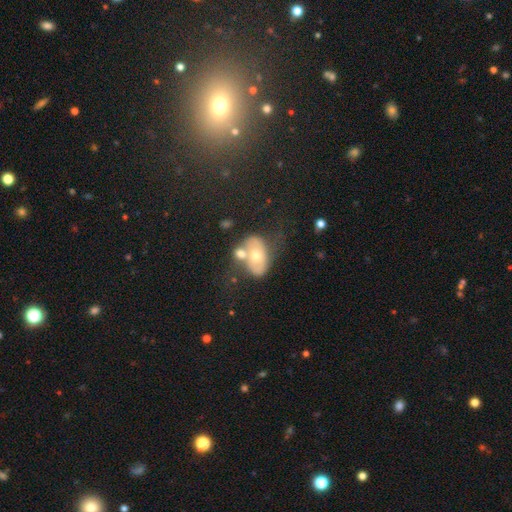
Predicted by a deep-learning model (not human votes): The model was most divided on "smooth or featured" (2-way tie): smooth: 46%, featured or disk: 46%, star or artifact: 8%. Remaining: merging — merger (42%).